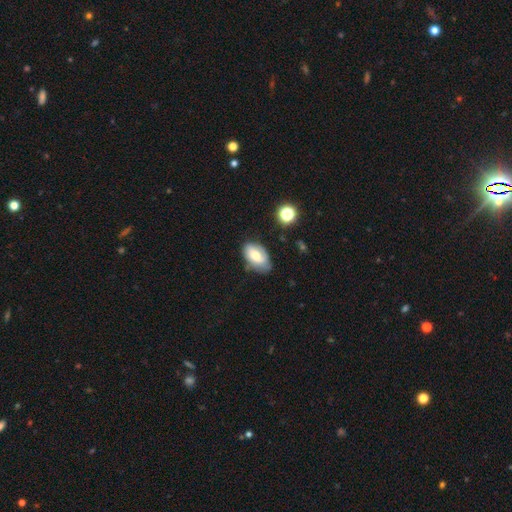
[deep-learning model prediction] Smooth or featured? smooth (63%)
How rounded? in between (92%)
Merging? none (62%)